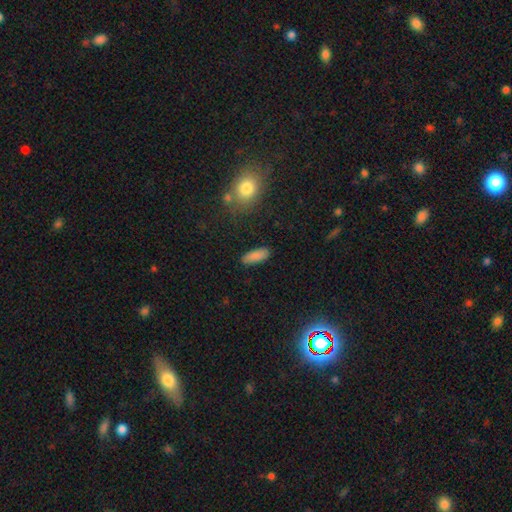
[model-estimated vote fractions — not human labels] Smooth or featured: smooth — 86% (star or artifact — 7%)
How rounded: in between — 72% (cigar-shaped — 26%)
Merging: none — 85% (minor disturbance — 11%)